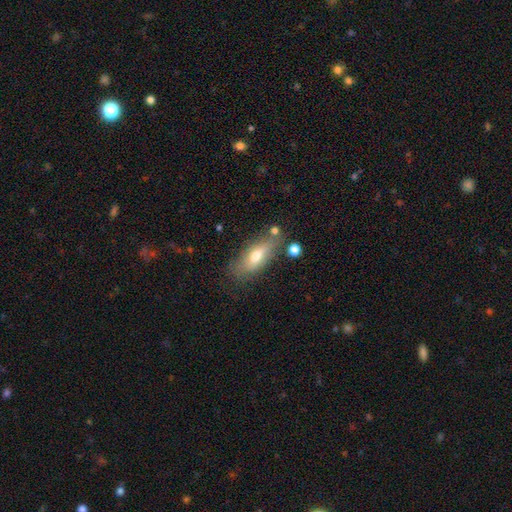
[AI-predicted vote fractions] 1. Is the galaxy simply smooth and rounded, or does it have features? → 62% smooth, 30% featured or disk, 8% star or artifact.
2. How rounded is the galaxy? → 72% in between, 24% cigar-shaped, 4% round.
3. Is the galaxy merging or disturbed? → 67% none, 20% minor disturbance, 7% merger, 7% major disturbance.